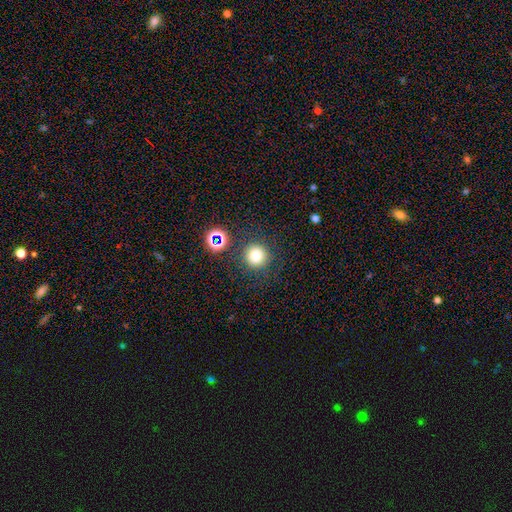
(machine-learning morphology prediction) smooth 77%, star or artifact 16%, featured or disk 7%. Down the decision tree: how rounded — round (94%); merging — none (85%).